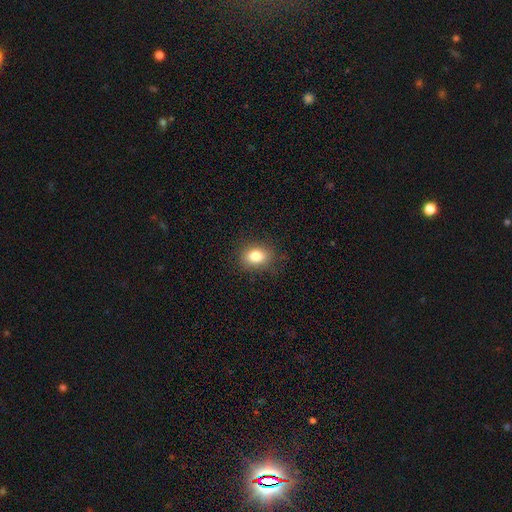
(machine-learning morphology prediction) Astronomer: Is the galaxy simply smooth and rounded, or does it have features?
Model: smooth — 80%.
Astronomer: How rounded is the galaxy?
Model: in between — 54% (runner-up: round, 45%).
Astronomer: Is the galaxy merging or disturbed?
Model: none — 85%.